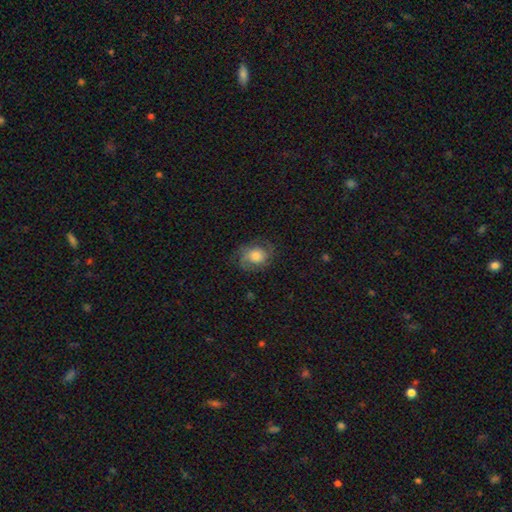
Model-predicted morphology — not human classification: This appears to be a smooth galaxy with no disk features (49%). Merging: none (67%).